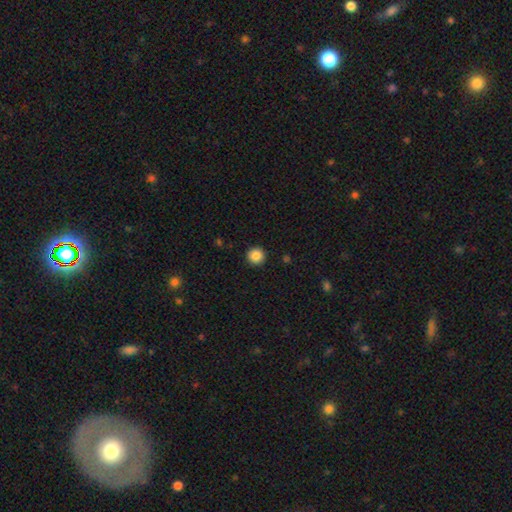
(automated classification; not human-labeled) Morphology: type=smooth (87%); roundness=round (96%); merging=none (93%).